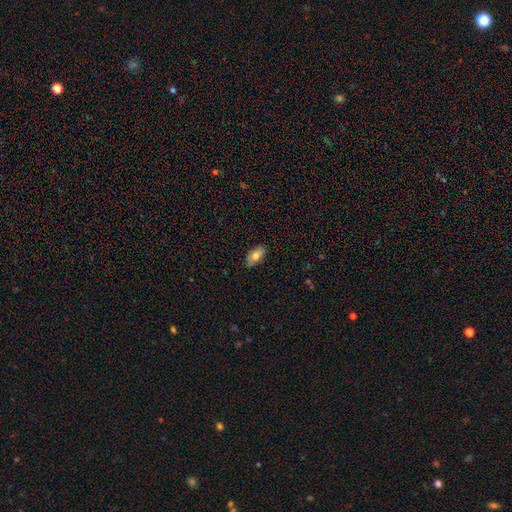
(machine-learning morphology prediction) smooth_or_featured: smooth (p=0.76) [alt: featured or disk p=0.17]
how_rounded: in between (p=0.89) [alt: cigar-shaped p=0.08]
merging: none (p=0.86) [alt: minor disturbance p=0.11]